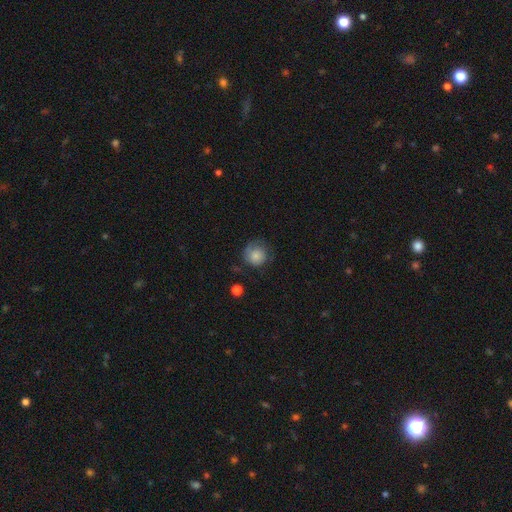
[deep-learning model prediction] Overall: smooth (73%). How rounded: round (89%). Merging: none (61%; minor disturbance 25%).